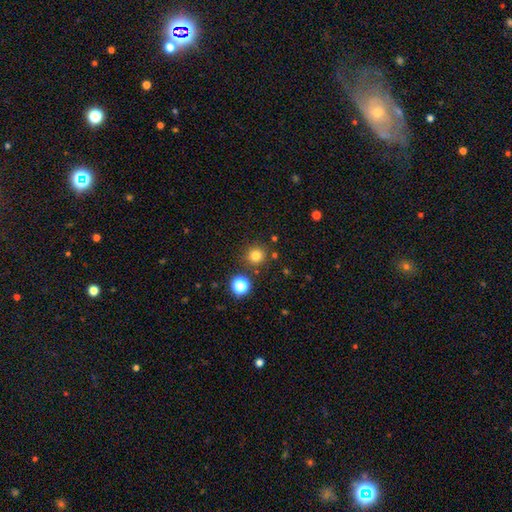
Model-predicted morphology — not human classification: Smooth or featured: smooth — 80% (star or artifact — 15%)
How rounded: round — 93% (in between — 6%)
Merging: none — 86% (minor disturbance — 7%)